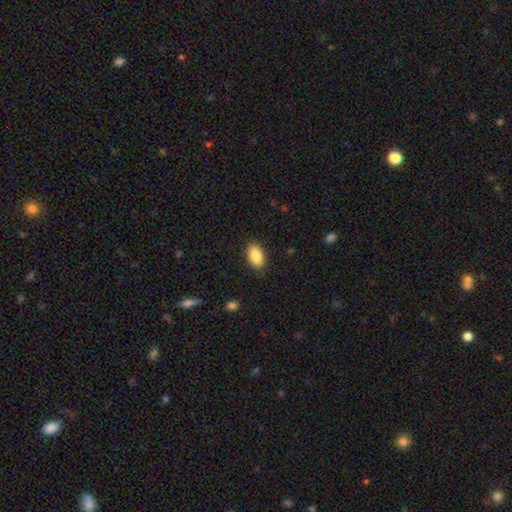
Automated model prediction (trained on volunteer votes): Smooth or featured? smooth (86%)
How rounded? in between (94%)
Merging? none (87%)